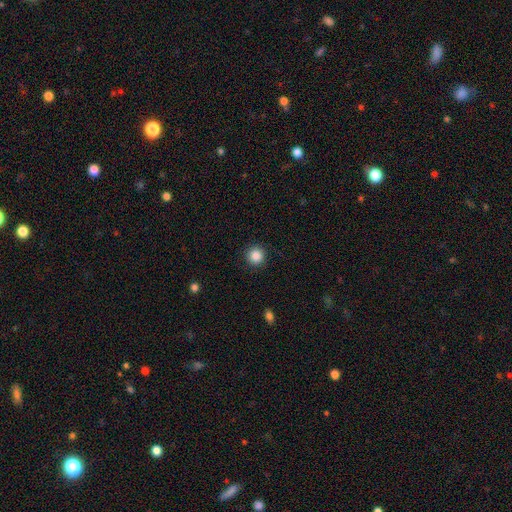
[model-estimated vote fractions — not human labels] This appears to be a smooth galaxy with no disk features (86%) that is round (95%). Merging: none (91%).